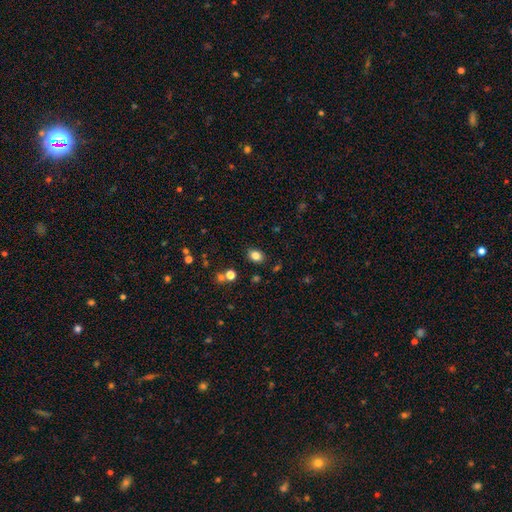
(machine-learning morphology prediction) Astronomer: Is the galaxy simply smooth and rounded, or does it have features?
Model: smooth — 82%.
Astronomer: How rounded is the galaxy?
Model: in between — 64%.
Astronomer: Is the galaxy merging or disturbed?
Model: none — 85%.